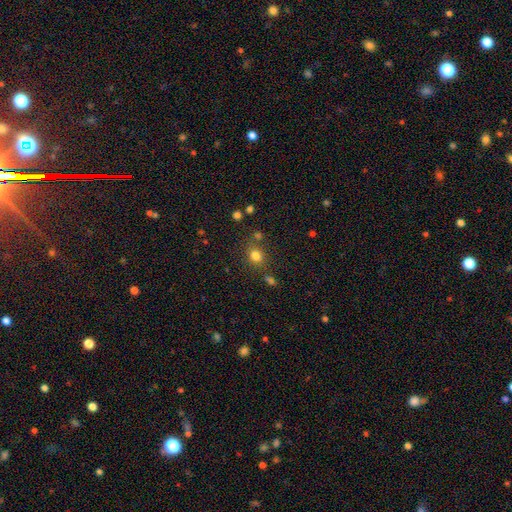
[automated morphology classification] Q: Smooth or featured?
A: smooth (79%); runner-up: star or artifact (15%)
Q: How rounded?
A: round (70%); runner-up: in between (29%)
Q: Merging?
A: none (75%); runner-up: minor disturbance (12%)